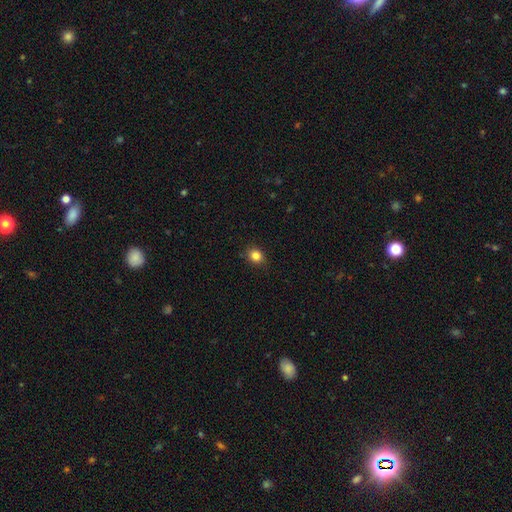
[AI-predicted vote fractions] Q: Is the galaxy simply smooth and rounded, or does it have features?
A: smooth — 84%.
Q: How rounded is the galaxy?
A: round — 64%.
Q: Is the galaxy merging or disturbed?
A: none — 85%.